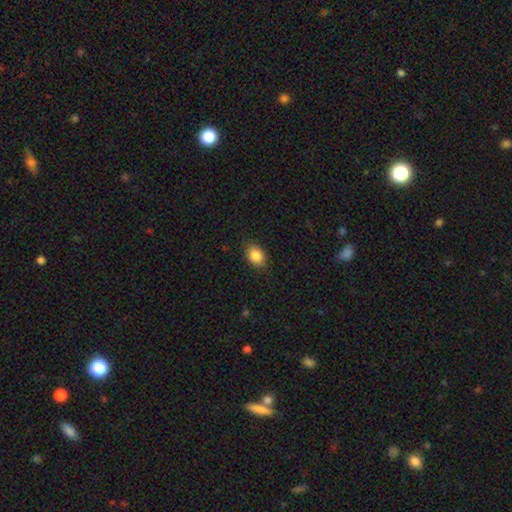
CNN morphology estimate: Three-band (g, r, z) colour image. It shows a smooth galaxy with no disk features (86%) that is in between round and cigar-shaped (72%). Merging: none (85%).